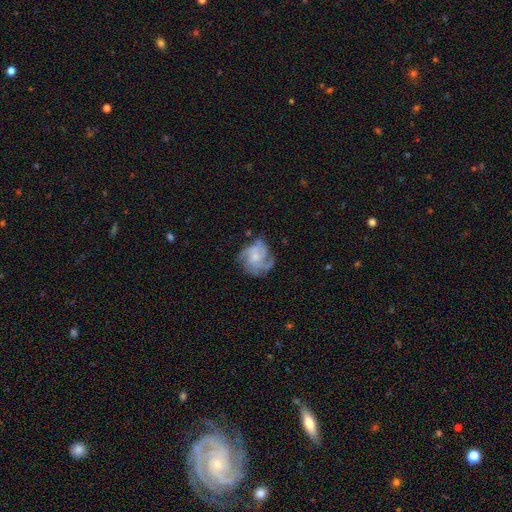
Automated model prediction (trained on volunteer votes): Smooth or featured? featured or disk (74%)
Edge-on disk? no (98%)
Bar? no (75%)
Spiral arms? yes (90%)
Spiral winding? tight (44%)
Spiral arm count? 3 (27%)
Bulge size? small (57%)
Merging? none (64%)